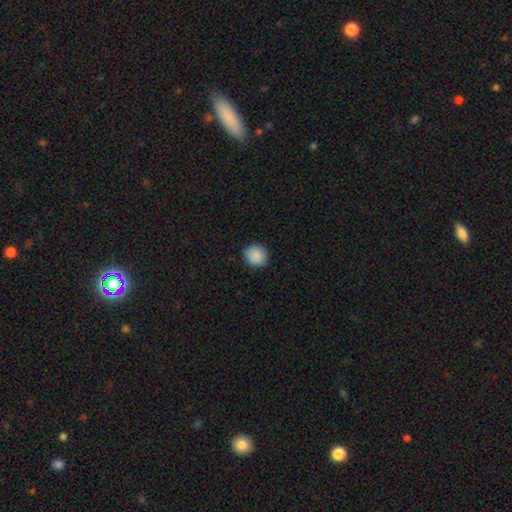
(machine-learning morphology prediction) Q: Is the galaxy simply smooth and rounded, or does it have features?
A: smooth — 89%.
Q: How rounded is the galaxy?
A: round — 86%.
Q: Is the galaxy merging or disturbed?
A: none — 89%.